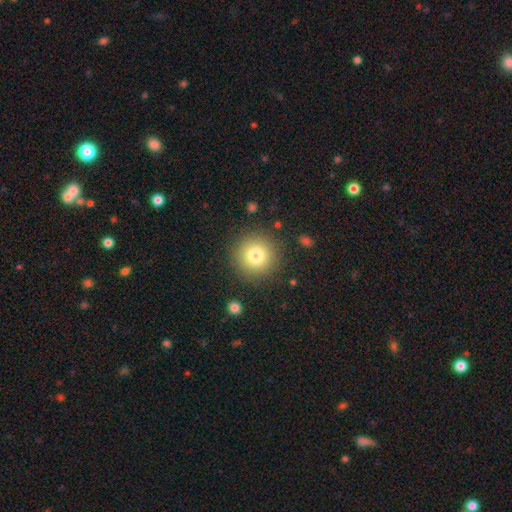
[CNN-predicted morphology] type=smooth (79%); roundness=round (95%); merging=none (88%).